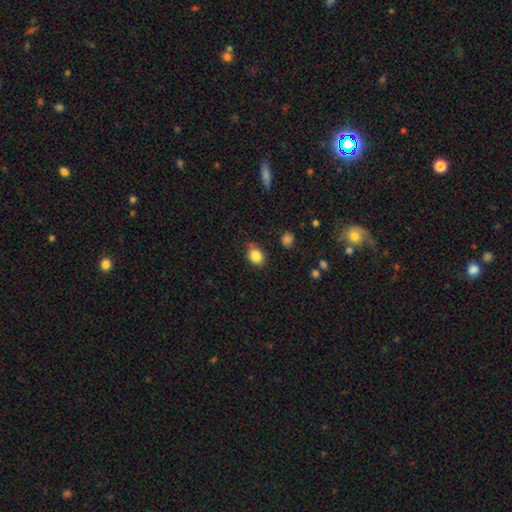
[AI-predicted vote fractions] smooth 85%, star or artifact 9%, featured or disk 6%. Down the decision tree: how rounded — in between (68%); merging — none (75%).